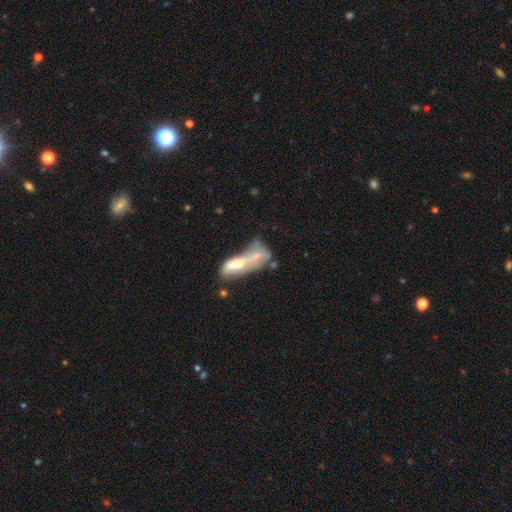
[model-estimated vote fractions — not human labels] Smooth or featured?
  - smooth: 50% *
  - featured or disk: 40%
  - star or artifact: 10%
How rounded?
  - in between: 65% *
  - cigar-shaped: 29%
  - round: 6%
Merging?
  - merger: 60% *
  - major disturbance: 19%
  - none: 11%
  - minor disturbance: 9%